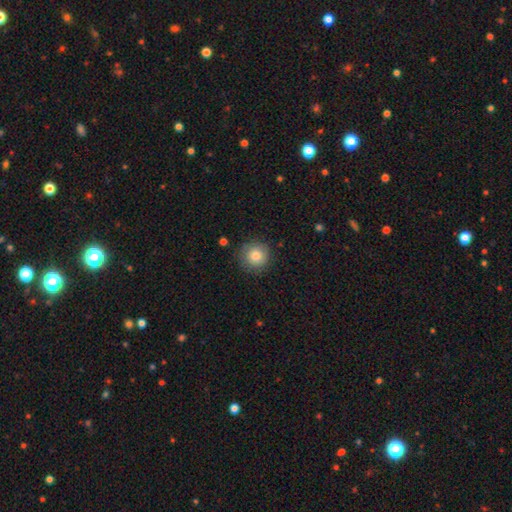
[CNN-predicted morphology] smooth-or-featured: smooth: 82% | featured or disk: 9% | star or artifact: 9%
  how-rounded: round: 94% | in between: 5% | cigar-shaped: 1%
  merging: none: 86% | minor disturbance: 10% | major disturbance: 3% | merger: 1%